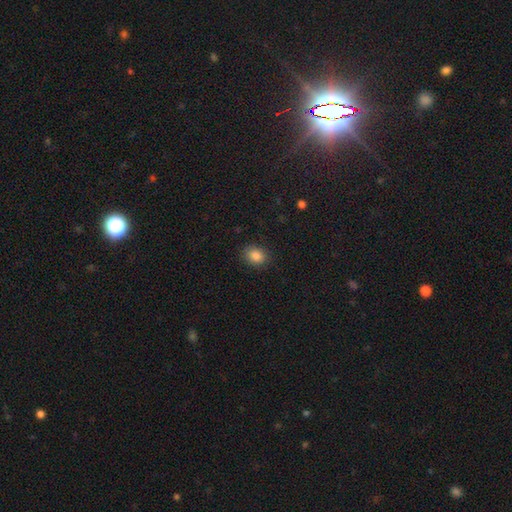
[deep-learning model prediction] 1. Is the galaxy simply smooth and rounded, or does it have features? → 85% smooth, 10% star or artifact, 5% featured or disk.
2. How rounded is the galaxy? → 52% in between, 47% round, 1% cigar-shaped.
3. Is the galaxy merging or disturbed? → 86% none, 10% minor disturbance, 3% major disturbance, 1% merger.